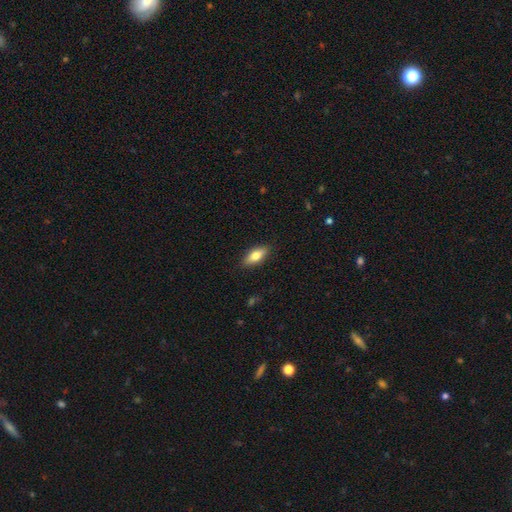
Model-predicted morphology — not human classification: smooth-or-featured: smooth: 72% | featured or disk: 21% | star or artifact: 7%
  how-rounded: in between: 77% | cigar-shaped: 19% | round: 3%
  merging: none: 87% | minor disturbance: 10% | major disturbance: 2% | merger: 1%